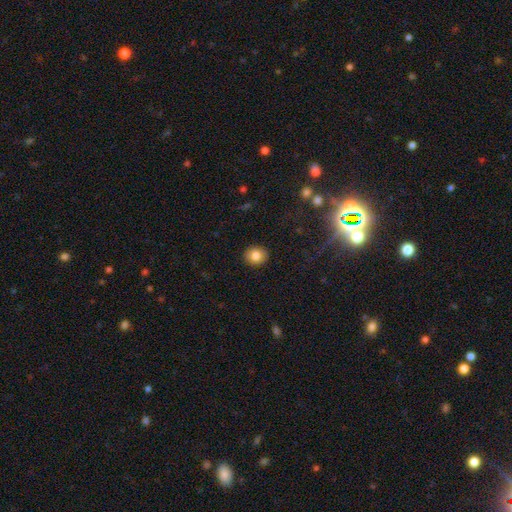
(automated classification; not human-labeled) Smooth or featured?
  - smooth: 83% *
  - star or artifact: 10%
  - featured or disk: 8%
How rounded?
  - round: 82% *
  - in between: 17%
  - cigar-shaped: 1%
Merging?
  - none: 92% *
  - minor disturbance: 5%
  - major disturbance: 2%
  - merger: 1%